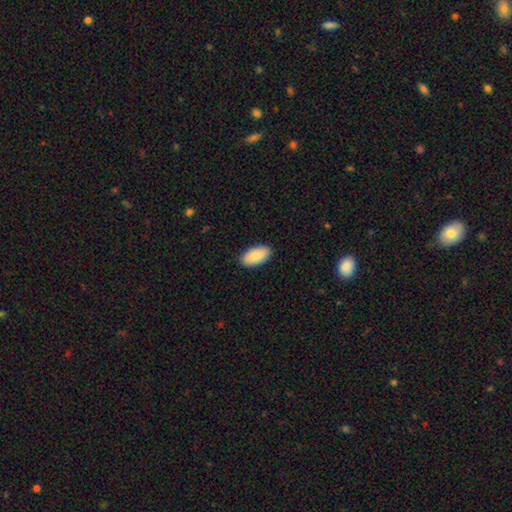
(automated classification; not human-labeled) Morphology: type=smooth (88%); roundness=in between (95%); merging=none (90%).